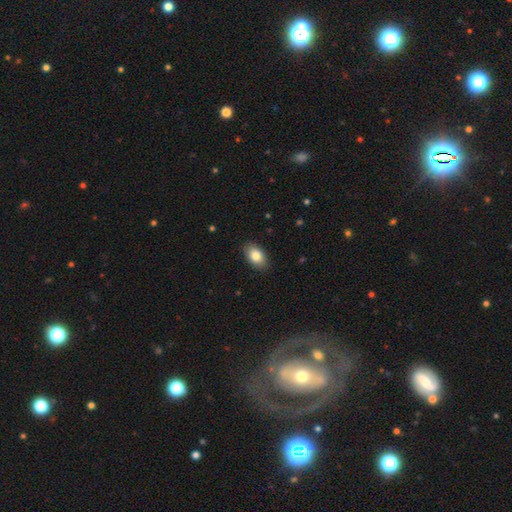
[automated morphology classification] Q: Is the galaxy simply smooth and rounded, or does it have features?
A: smooth — 84%.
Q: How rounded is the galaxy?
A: in between — 91%.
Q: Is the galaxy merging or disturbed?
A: none — 88%.